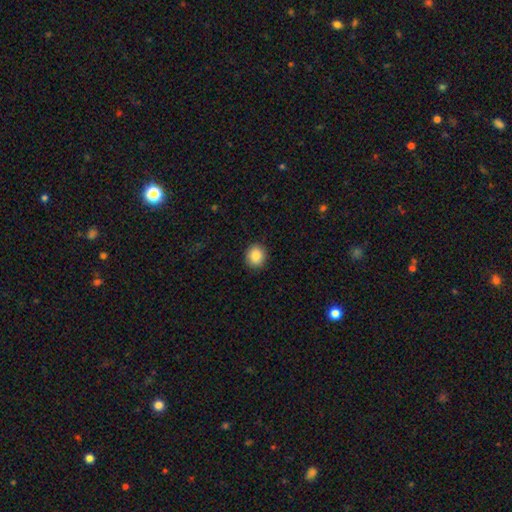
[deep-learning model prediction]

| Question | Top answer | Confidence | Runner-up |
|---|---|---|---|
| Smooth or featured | smooth | 88% | star or artifact (8%) |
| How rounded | round | 77% | in between (22%) |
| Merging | none | 90% | minor disturbance (7%) |